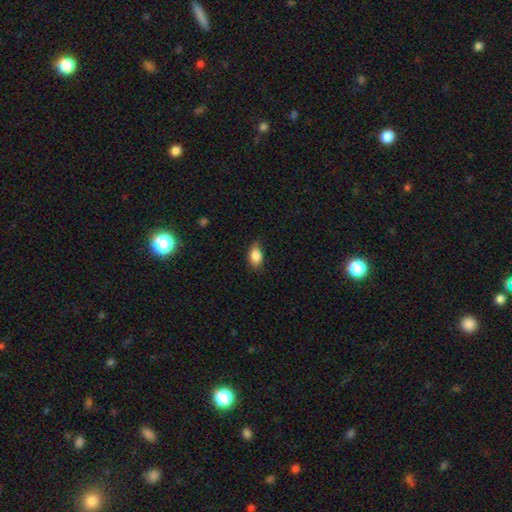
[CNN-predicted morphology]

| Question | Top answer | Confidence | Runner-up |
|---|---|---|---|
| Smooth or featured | smooth | 85% | star or artifact (8%) |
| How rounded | in between | 86% | round (12%) |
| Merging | none | 74% | minor disturbance (22%) |